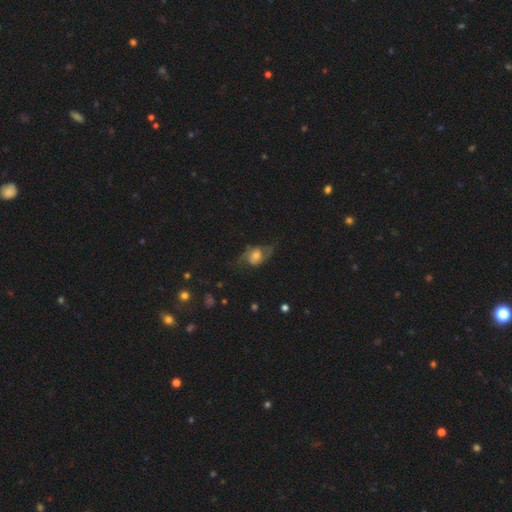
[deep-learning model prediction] A featured or disk galaxy (60%) with no bar (57%), spiral arms (86%) and a moderate central bulge (50%).

Vote fractions:
- Smooth or featured? featured or disk: 60% / smooth: 30% / star or artifact: 9%
- Edge-on disk? no: 94% / yes: 6%
- Bar? no: 57% / weak: 35% / strong: 8%
- Spiral arms? yes: 86% / no: 14%
- Bulge size? moderate: 50% / small: 23% / large: 19% / none: 5% / dominant: 3%
- Merging? none: 58% / minor disturbance: 23% / major disturbance: 17% / merger: 2%